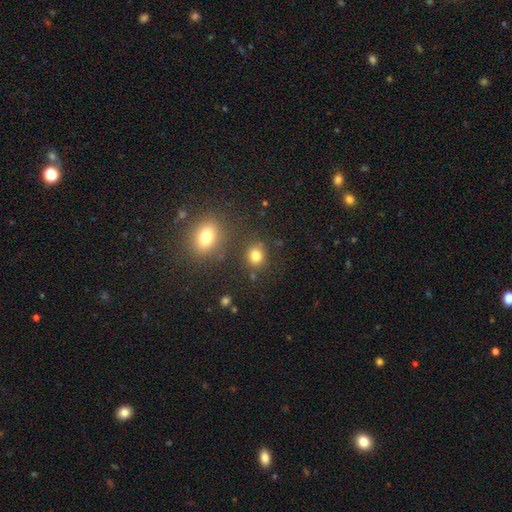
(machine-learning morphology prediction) Smooth or featured: smooth — 80% (star or artifact — 14%)
How rounded: round — 68% (in between — 31%)
Merging: none — 79% (minor disturbance — 10%)